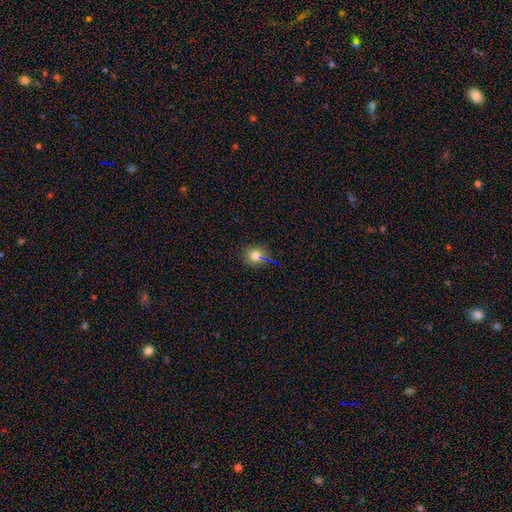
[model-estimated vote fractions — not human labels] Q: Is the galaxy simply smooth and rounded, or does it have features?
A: smooth — 70%.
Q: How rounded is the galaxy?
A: round — 83%.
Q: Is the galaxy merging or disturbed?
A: none — 84%.